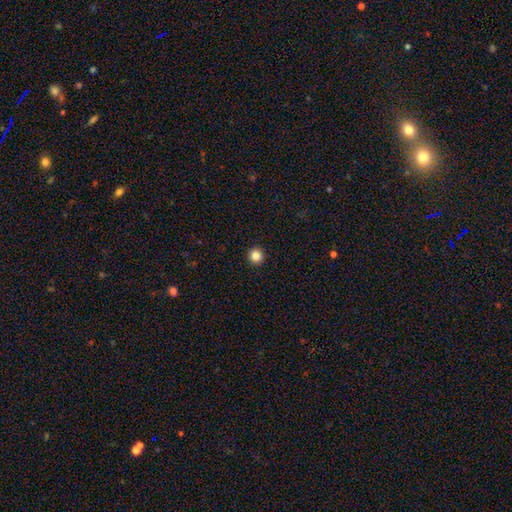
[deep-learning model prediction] Smooth or featured: smooth — 85% (star or artifact — 11%)
How rounded: round — 96% (in between — 3%)
Merging: none — 94% (minor disturbance — 4%)